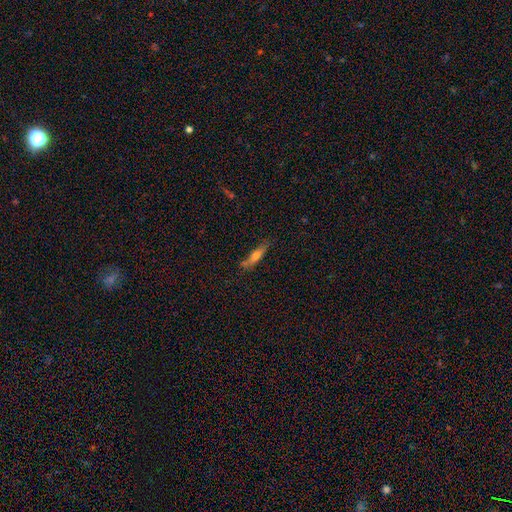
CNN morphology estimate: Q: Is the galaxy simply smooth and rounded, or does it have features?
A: smooth — 56%.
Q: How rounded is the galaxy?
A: cigar-shaped — 78%.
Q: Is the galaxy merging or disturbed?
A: none — 70%.